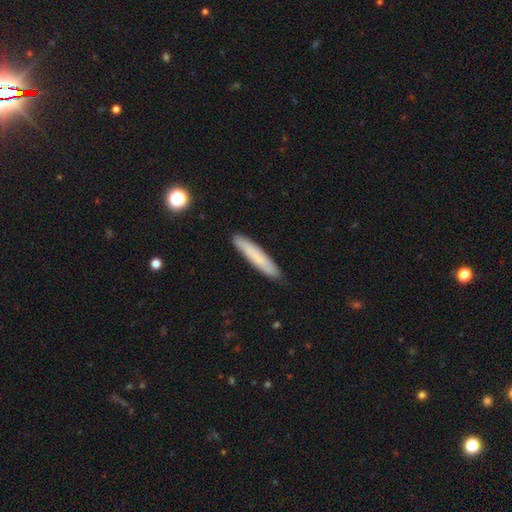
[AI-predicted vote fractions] Smooth or featured? Predicted: smooth (p=0.77). How rounded? Predicted: cigar-shaped (p=0.91). Merging? Predicted: none (p=0.90).